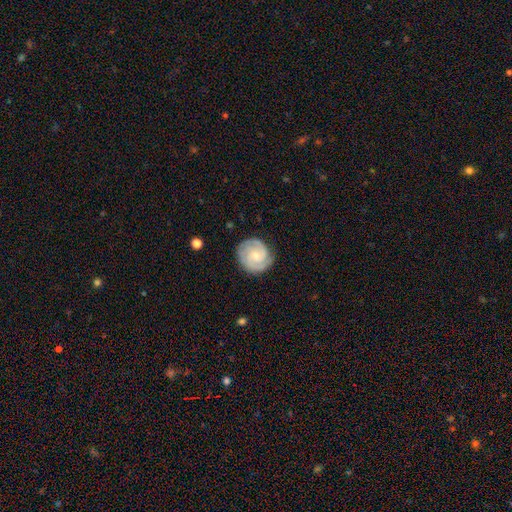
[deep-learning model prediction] A featured or disk galaxy (83%) with no bar (65%), 2 (38%) tight (67%) spiral arms (97%) and a small central bulge (57%). Merging: none (83%).